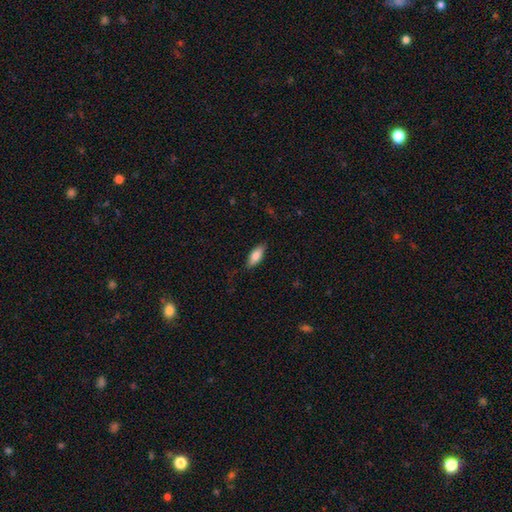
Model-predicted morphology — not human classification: type=smooth (81%); roundness=in between (77%); merging=none (82%).